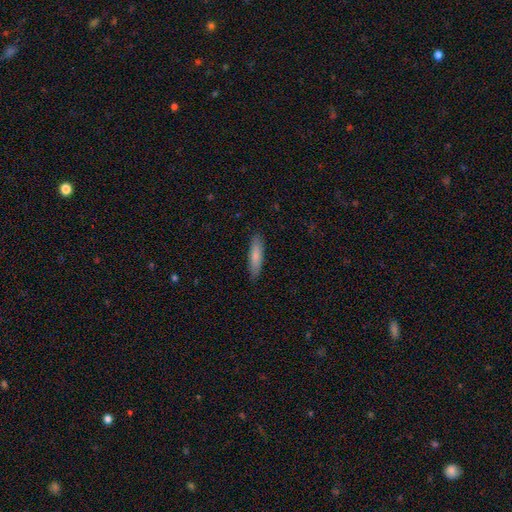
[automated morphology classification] Smooth or featured? Predicted: smooth (p=0.80). How rounded? Predicted: cigar-shaped (p=0.76). Merging? Predicted: none (p=0.88).